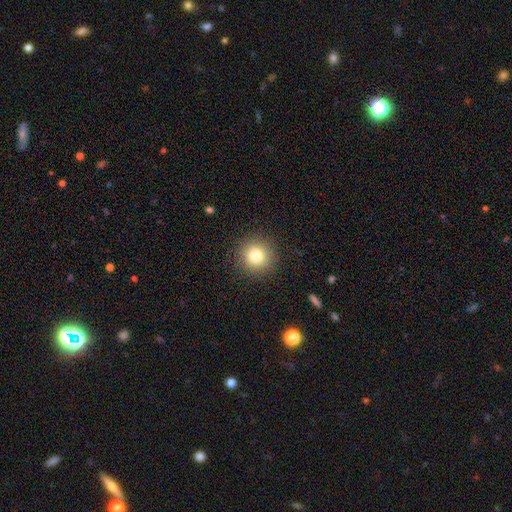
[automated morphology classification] This is likely a smooth galaxy (79%). How rounded: clearly round (95%). Merging: clearly none (91%).